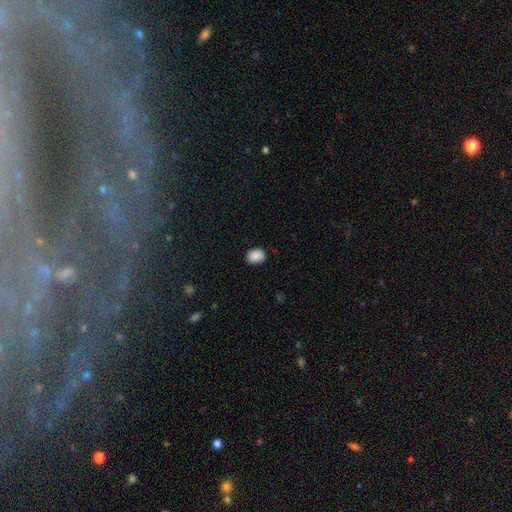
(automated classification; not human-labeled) A smooth galaxy with no disk features (89%) that is in between round and cigar-shaped (56%). Merging: none (87%).